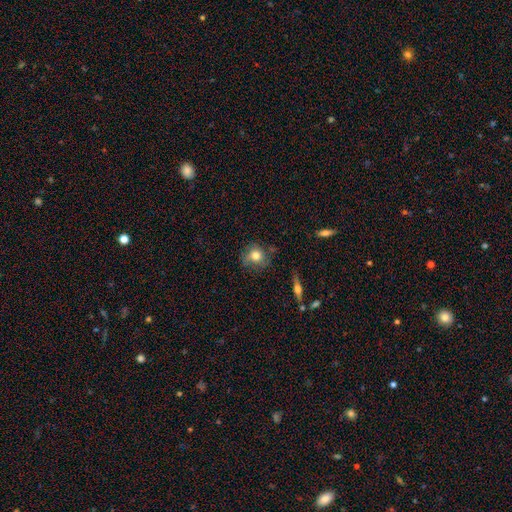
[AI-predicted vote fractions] This appears to be a smooth galaxy with no disk features (73%) that is round (83%). Merging: none (69%).